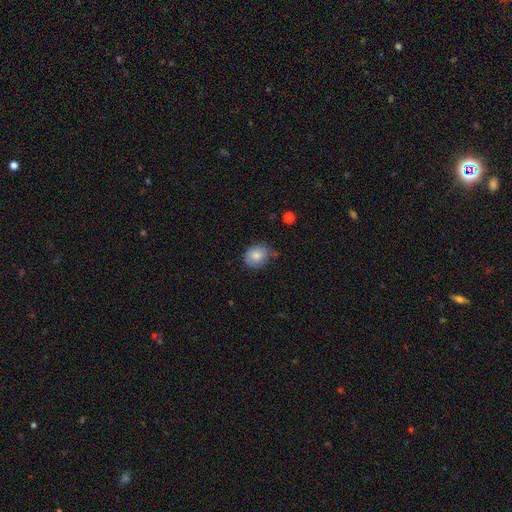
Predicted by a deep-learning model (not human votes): Smooth or featured? smooth (80%)
How rounded? round (62%)
Merging? none (64%)